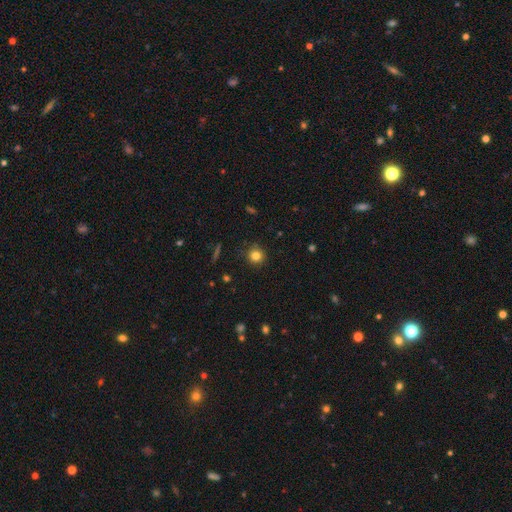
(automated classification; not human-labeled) Smooth or featured: smooth — 81% (star or artifact — 12%)
How rounded: round — 93% (in between — 6%)
Merging: none — 88% (minor disturbance — 9%)